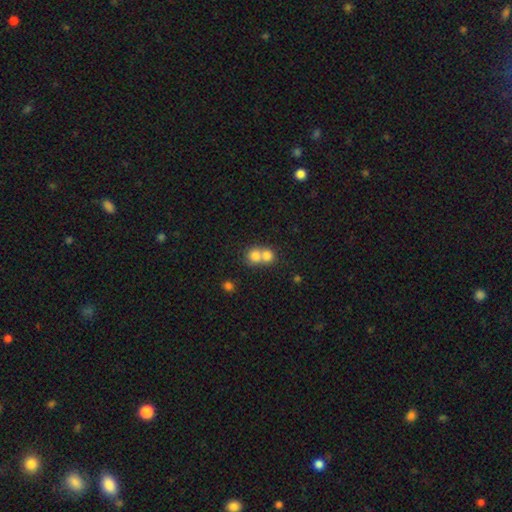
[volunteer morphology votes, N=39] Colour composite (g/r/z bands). It shows a smooth galaxy with no disk features (79%) that is round (71%). Merging: merger (83%).